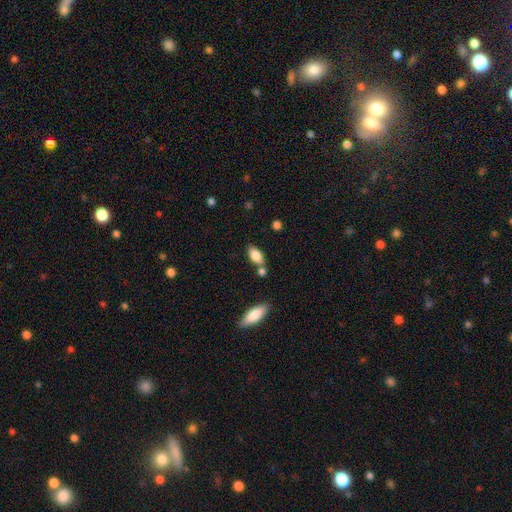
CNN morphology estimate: This appears to be a smooth galaxy with no disk features (81%) that is in between round and cigar-shaped (87%). Merging: none (63%).